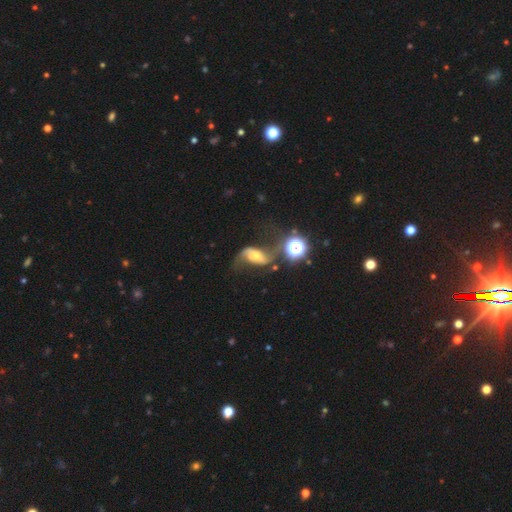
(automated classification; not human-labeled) This is likely a featured or disk galaxy (75%). It is clearly not viewed edge-on (96%). Bar: possibly no (46%). Spiral arm pattern: clearly yes (93%). Spiral arm count: clearly 2 (86%). Spiral winding: likely loose (77%). Central bulge: marginally small (44%). Merging: possibly none (47%).